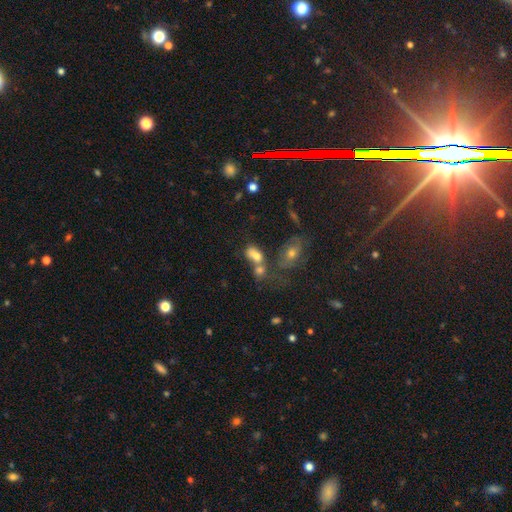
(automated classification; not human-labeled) smooth-or-featured: smooth: 72% | featured or disk: 15% | star or artifact: 13%
  how-rounded: in between: 80% | round: 15% | cigar-shaped: 4%
  merging: merger: 50% | none: 29% | minor disturbance: 12% | major disturbance: 8%